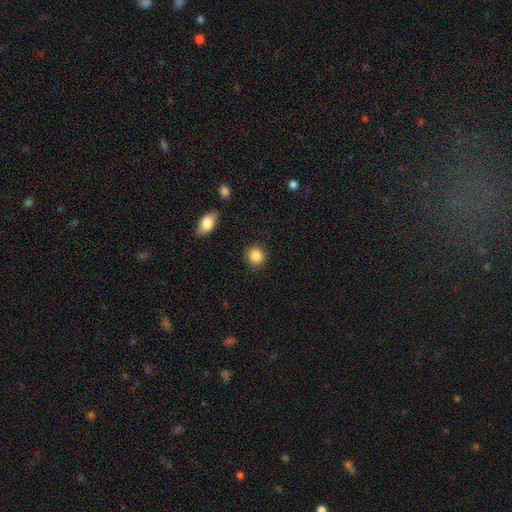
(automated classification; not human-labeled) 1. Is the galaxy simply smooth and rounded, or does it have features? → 87% smooth, 9% star or artifact, 4% featured or disk.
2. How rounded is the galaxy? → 85% round, 14% in between, 1% cigar-shaped.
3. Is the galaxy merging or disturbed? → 89% none, 7% minor disturbance, 2% major disturbance, 2% merger.